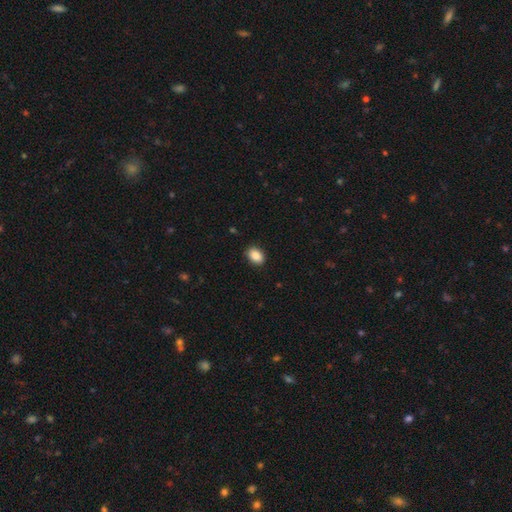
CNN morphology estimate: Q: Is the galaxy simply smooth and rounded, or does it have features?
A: smooth — 89%.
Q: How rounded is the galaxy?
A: in between — 78%.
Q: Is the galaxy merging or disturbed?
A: none — 88%.